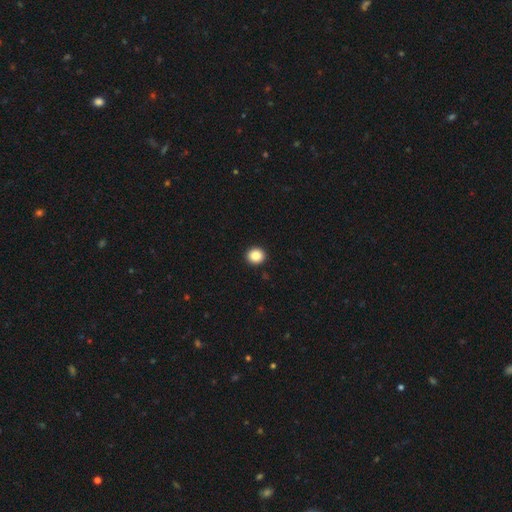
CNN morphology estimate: A smooth galaxy with no disk features (87%) that is round (90%).

Vote fractions:
- Smooth or featured? smooth: 87% / star or artifact: 10% / featured or disk: 3%
- How rounded? round: 90% / in between: 9% / cigar-shaped: 1%
- Merging? none: 93% / minor disturbance: 4% / major disturbance: 2% / merger: 1%